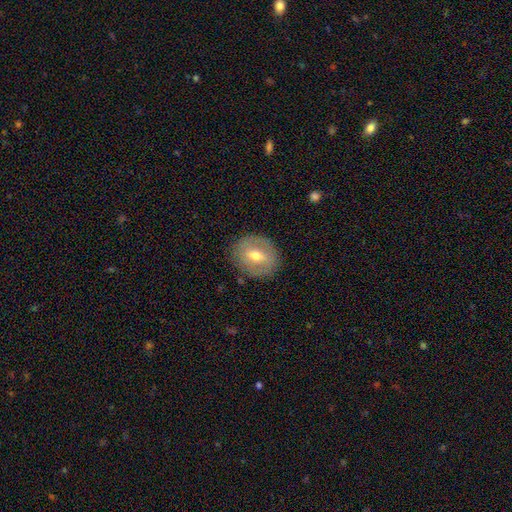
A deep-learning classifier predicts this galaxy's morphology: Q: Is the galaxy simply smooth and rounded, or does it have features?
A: smooth — 50%.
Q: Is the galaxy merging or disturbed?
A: none — 85%.